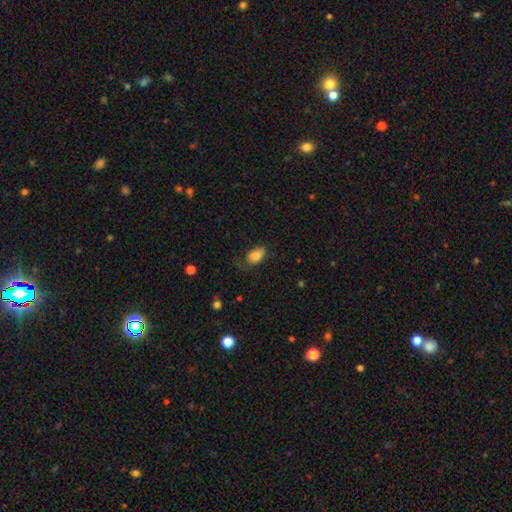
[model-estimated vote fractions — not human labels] smooth_or_featured: smooth (p=0.83) [alt: featured or disk p=0.08]
how_rounded: in between (p=0.89) [alt: round p=0.08]
merging: none (p=0.53) [alt: minor disturbance p=0.31]